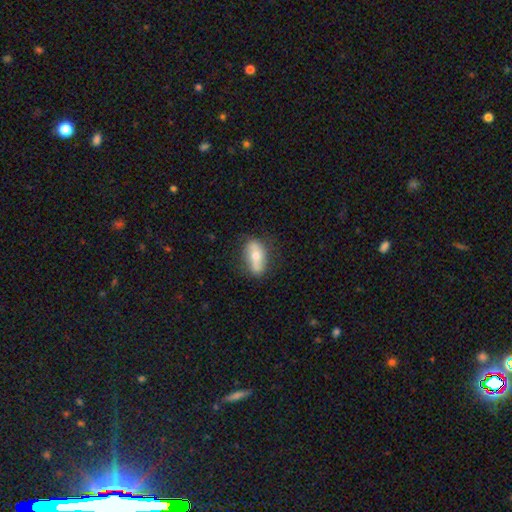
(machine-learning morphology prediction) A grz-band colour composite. It shows a smooth galaxy with no disk features (48%). Merging: none (74%).